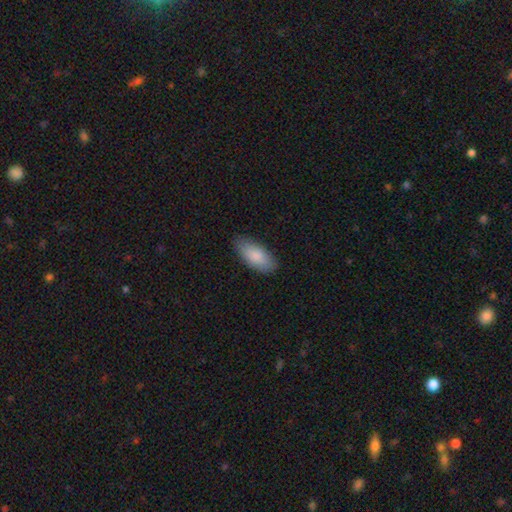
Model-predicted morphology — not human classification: A smooth galaxy with no disk features (86%) that is in between round and cigar-shaped (88%).

Vote fractions:
- Smooth or featured? smooth: 86% / featured or disk: 8% / star or artifact: 6%
- How rounded? in between: 88% / cigar-shaped: 10% / round: 2%
- Merging? none: 83% / minor disturbance: 13% / major disturbance: 3% / merger: 1%